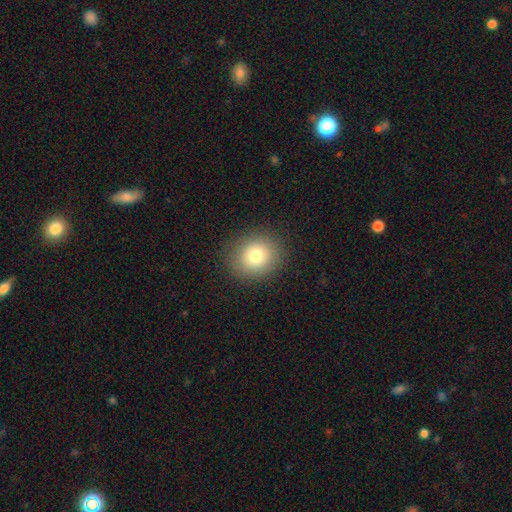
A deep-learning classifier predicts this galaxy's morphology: The model was most divided on "how rounded": round: 76%, in between: 23%, cigar-shaped: 1%. More confident: merging — none (88%); smooth or featured — smooth (77%).